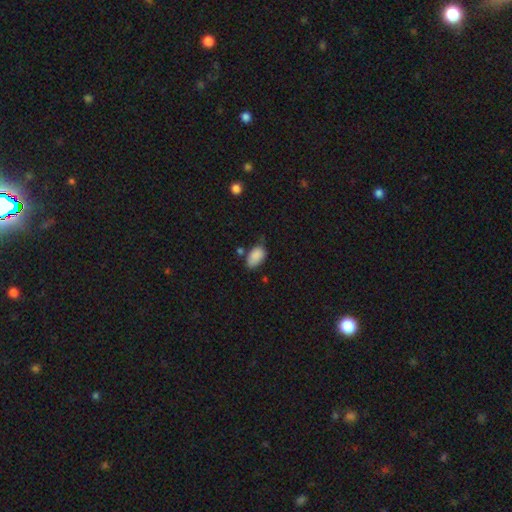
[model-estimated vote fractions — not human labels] smooth 87%, star or artifact 8%, featured or disk 5%. Down the decision tree: how rounded — in between (93%); merging — none (57%).